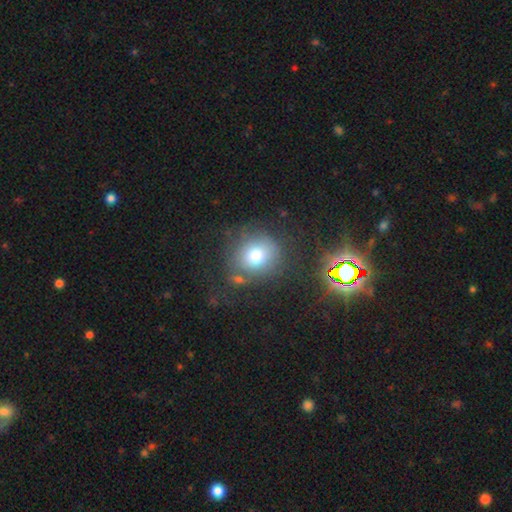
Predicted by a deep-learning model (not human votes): This is likely a smooth galaxy (71%). How rounded: likely round (79%). Merging: likely none (69%).